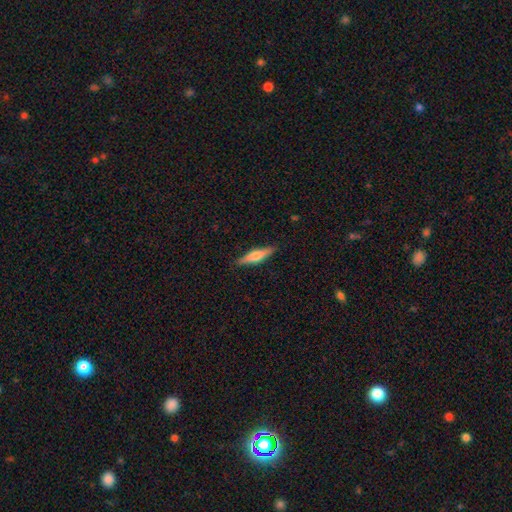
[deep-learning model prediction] featured or disk 47% (tied), smooth 47% (tied), star or artifact 6%. Down the decision tree: merging — none (89%).